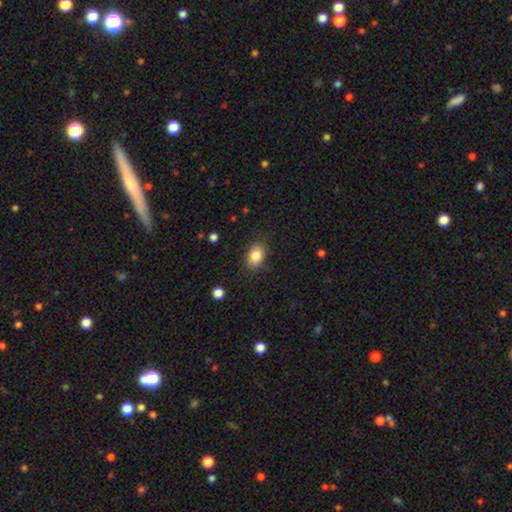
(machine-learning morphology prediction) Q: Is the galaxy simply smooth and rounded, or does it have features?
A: smooth — 85%.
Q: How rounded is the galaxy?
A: in between — 78%.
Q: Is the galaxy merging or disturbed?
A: none — 84%.